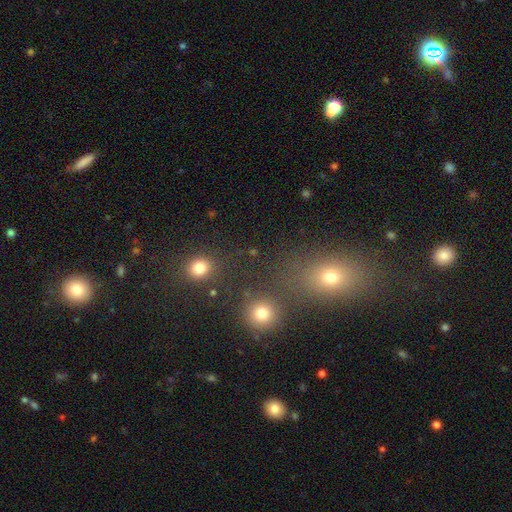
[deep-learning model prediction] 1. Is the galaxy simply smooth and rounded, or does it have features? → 54% smooth, 36% star or artifact, 11% featured or disk.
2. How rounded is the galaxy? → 60% round, 37% in between, 4% cigar-shaped.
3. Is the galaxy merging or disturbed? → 72% none, 15% merger, 9% minor disturbance, 4% major disturbance.